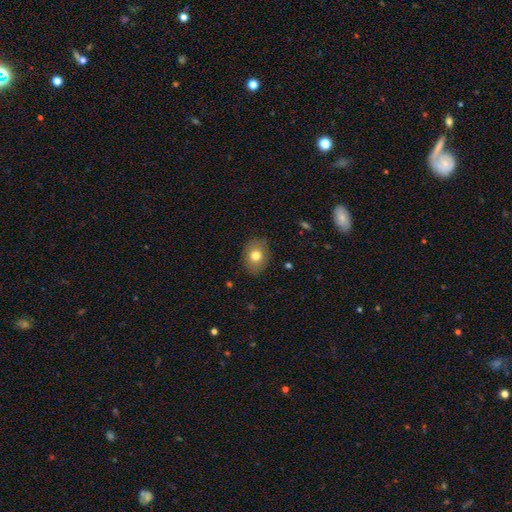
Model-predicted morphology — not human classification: type=smooth (76%); roundness=in between (54%); merging=none (84%).